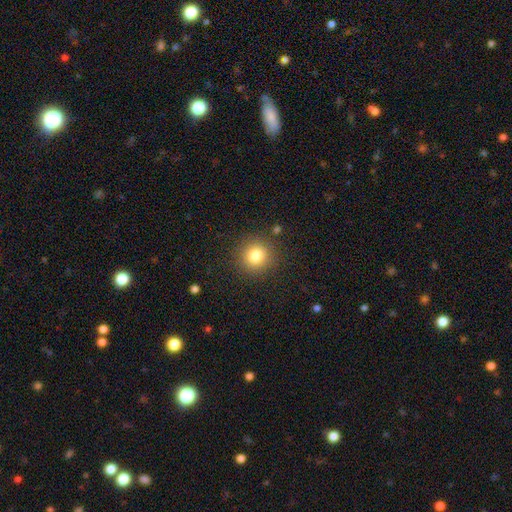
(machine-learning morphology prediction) Smooth or featured? smooth (81%)
How rounded? round (92%)
Merging? none (88%)